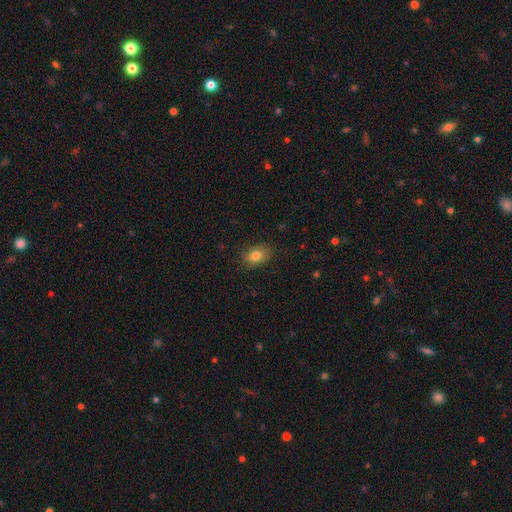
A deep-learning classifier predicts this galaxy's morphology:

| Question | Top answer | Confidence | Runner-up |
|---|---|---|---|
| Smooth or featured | smooth | 80% | featured or disk (10%) |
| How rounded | in between | 79% | round (19%) |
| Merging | none | 83% | minor disturbance (13%) |